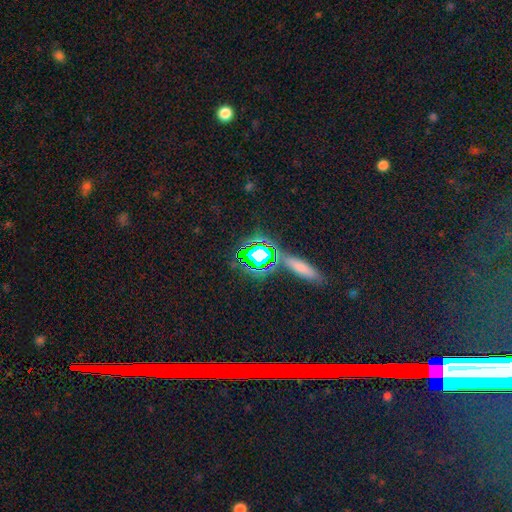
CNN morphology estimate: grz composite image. It shows a star or artifact, not a galaxy (57%).